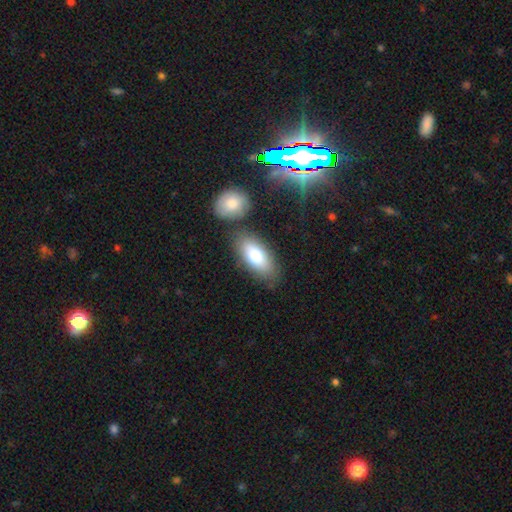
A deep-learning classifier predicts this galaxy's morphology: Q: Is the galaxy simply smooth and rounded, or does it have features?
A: smooth — 79%.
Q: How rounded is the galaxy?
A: in between — 87%.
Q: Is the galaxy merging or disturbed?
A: none — 72%.